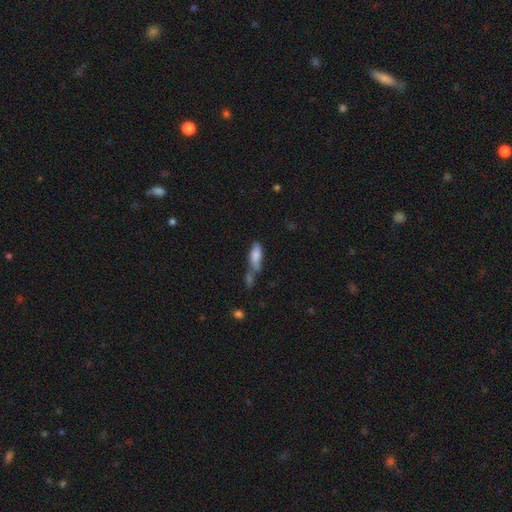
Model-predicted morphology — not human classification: Smooth or featured: smooth — 78% (featured or disk — 14%)
How rounded: in between — 70% (cigar-shaped — 28%)
Merging: merger — 44% (none — 32%)